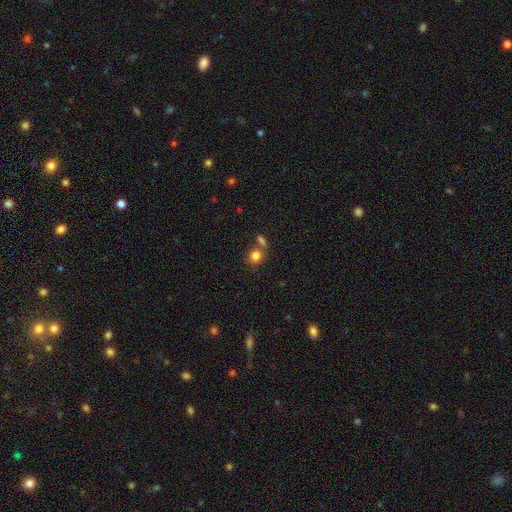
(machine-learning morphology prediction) This is clearly a smooth galaxy (83%). How rounded: likely round (78%). Merging: likely none (61%).